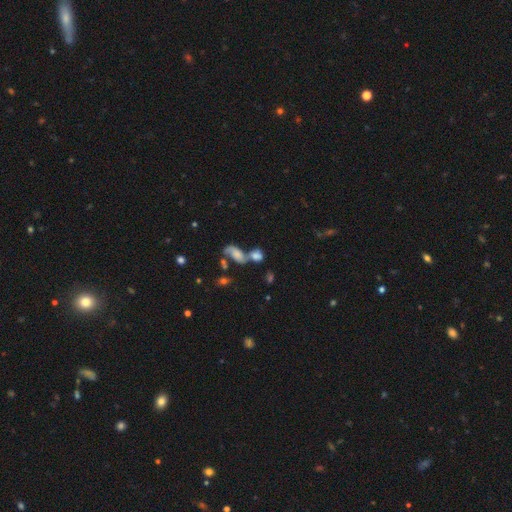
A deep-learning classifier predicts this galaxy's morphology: The model was most divided on "merging": merger: 52%, none: 29%, minor disturbance: 11%, major disturbance: 8%. More confident: how rounded — in between (62%); smooth or featured — smooth (61%).